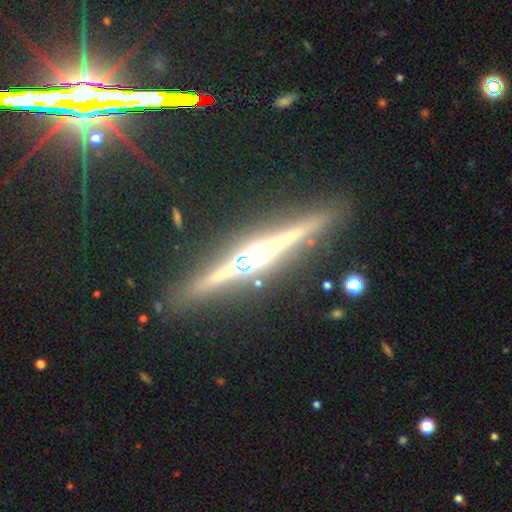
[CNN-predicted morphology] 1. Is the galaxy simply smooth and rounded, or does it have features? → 84% featured or disk, 8% smooth, 7% star or artifact.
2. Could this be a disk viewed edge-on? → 98% yes, 2% no.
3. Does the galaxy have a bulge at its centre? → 87% rounded, 7% boxy, 6% none.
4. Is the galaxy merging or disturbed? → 89% none, 7% minor disturbance, 2% merger, 2% major disturbance.